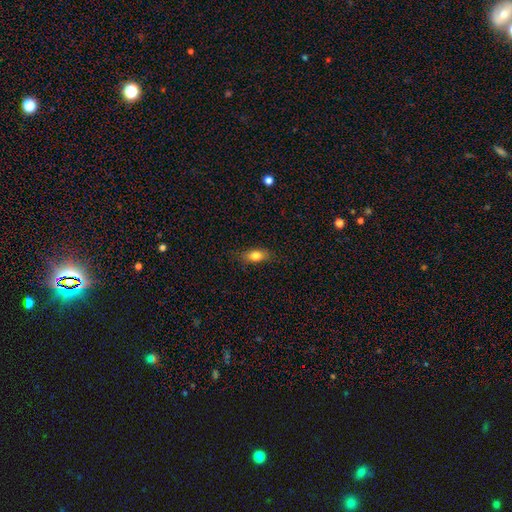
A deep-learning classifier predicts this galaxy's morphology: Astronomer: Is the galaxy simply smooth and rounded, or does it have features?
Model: smooth — 79%.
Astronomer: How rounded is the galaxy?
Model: in between — 81%.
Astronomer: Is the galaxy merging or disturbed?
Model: none — 81%.